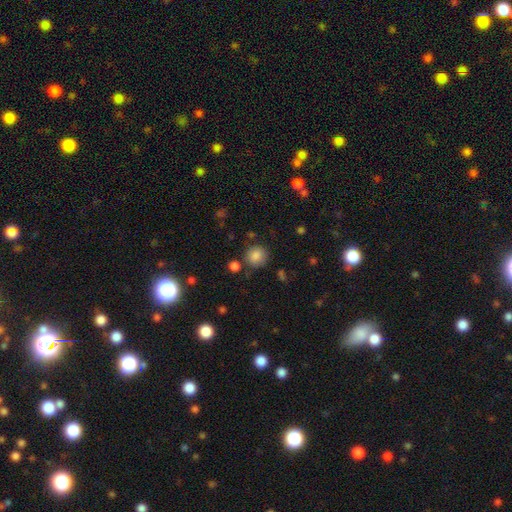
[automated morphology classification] Smooth or featured? smooth (85%)
How rounded? round (85%)
Merging? none (80%)